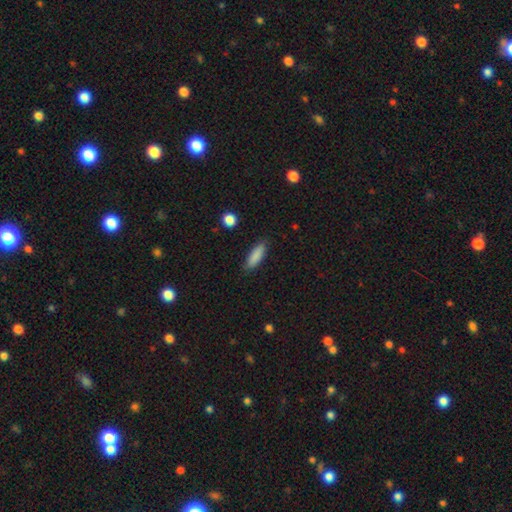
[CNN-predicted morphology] type=smooth (87%); roundness=in between (54%); merging=none (84%).